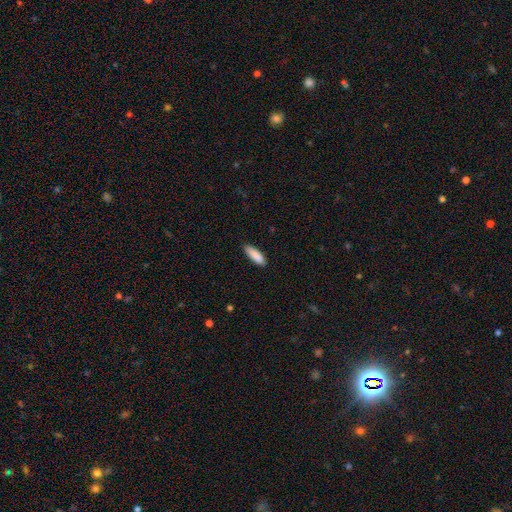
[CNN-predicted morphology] smooth 89%, star or artifact 6%, featured or disk 5%. Down the decision tree: how rounded — cigar-shaped (56%); merging — none (87%).